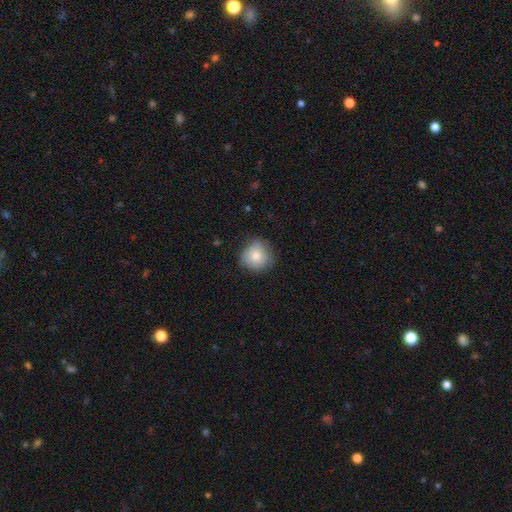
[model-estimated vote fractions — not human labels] A smooth galaxy with no disk features (78%) that is round (89%). Merging: none (73%).